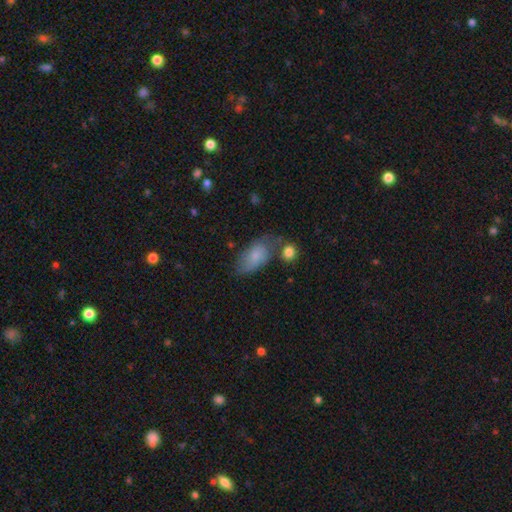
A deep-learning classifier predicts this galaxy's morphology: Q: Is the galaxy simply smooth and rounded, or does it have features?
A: smooth — 72%.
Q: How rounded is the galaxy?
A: in between — 91%.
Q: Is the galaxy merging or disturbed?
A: none — 50%.